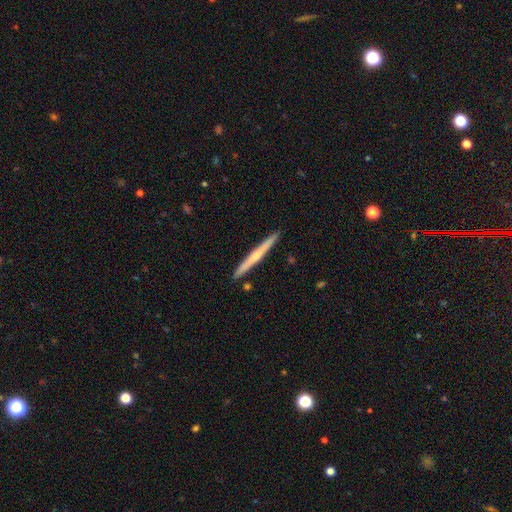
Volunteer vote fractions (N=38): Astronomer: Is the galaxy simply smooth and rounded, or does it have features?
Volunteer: featured or disk — 68%.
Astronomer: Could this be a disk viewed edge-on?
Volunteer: yes — 100%.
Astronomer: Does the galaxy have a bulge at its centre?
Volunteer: rounded — 62%.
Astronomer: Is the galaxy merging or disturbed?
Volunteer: none — 97%.